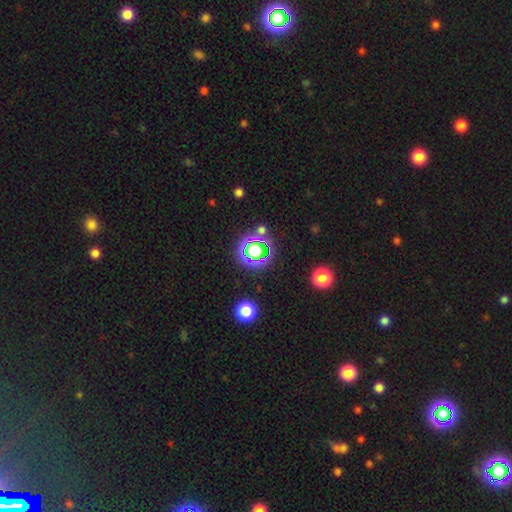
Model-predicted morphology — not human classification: Q: Smooth or featured?
A: star or artifact (56%); runner-up: smooth (31%)